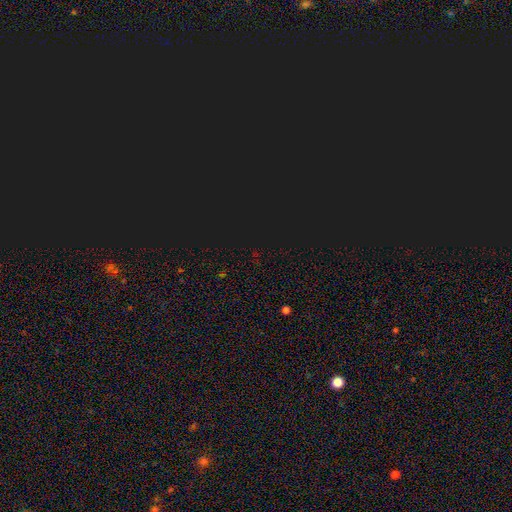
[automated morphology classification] A star or artifact, not a galaxy (78%).